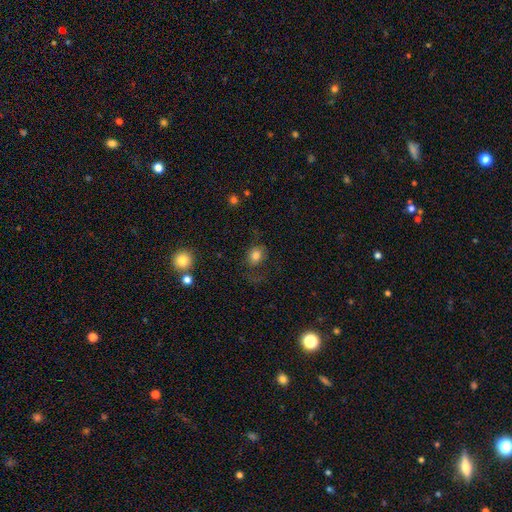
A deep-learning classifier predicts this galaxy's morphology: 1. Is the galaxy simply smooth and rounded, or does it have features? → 77% smooth, 12% featured or disk, 11% star or artifact.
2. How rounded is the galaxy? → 52% round, 47% in between, 1% cigar-shaped.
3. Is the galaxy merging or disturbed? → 62% none, 19% minor disturbance, 17% major disturbance, 3% merger.